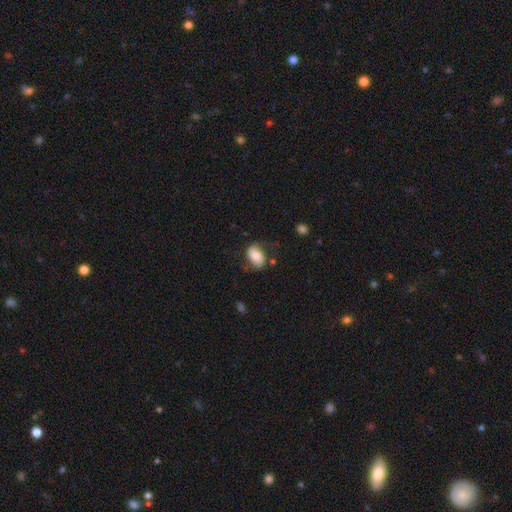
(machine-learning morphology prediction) The model was most divided on "merging": none: 63%, minor disturbance: 24%, major disturbance: 10%, merger: 3%. More confident: how rounded — in between (87%); smooth or featured — smooth (69%).